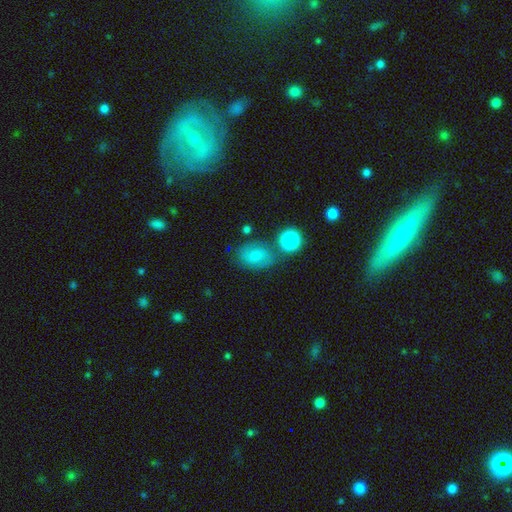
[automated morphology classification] Smooth or featured?
  - smooth: 69% *
  - featured or disk: 19%
  - star or artifact: 12%
How rounded?
  - in between: 72% *
  - round: 26%
  - cigar-shaped: 1%
Merging?
  - none: 63% *
  - minor disturbance: 20%
  - merger: 10%
  - major disturbance: 7%